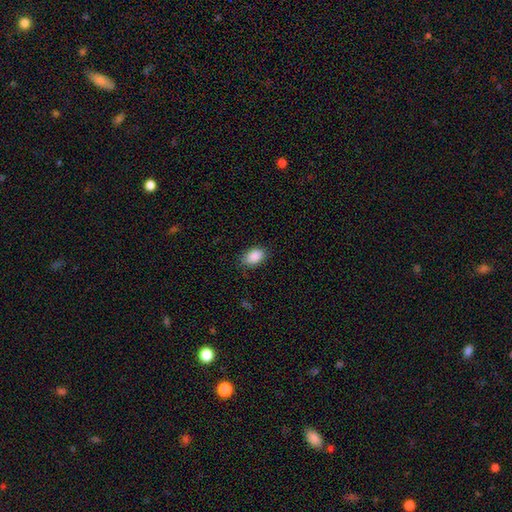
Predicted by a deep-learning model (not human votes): This appears to be a smooth galaxy with no disk features (89%) that is in between round and cigar-shaped (87%). Merging: none (79%).